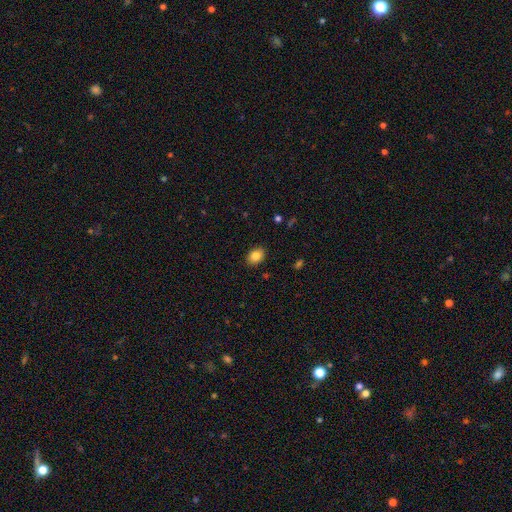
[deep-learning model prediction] smooth_or_featured: smooth (p=0.84) [alt: star or artifact p=0.09]
how_rounded: in between (p=0.73) [alt: round p=0.26]
merging: none (p=0.87) [alt: minor disturbance p=0.10]